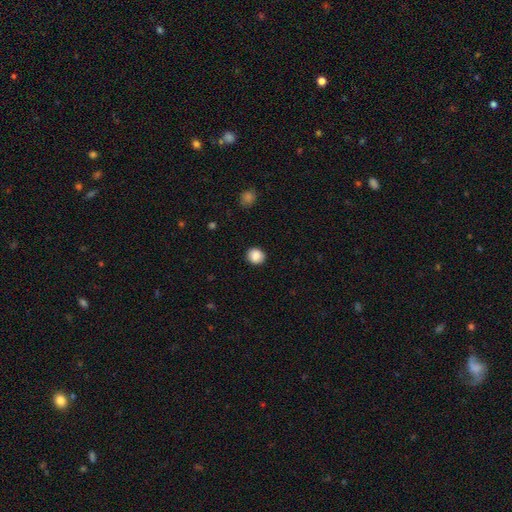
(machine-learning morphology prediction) The model was most divided on "how rounded": round: 82%, in between: 17%, cigar-shaped: 1%. More confident: merging — none (89%); smooth or featured — smooth (87%).